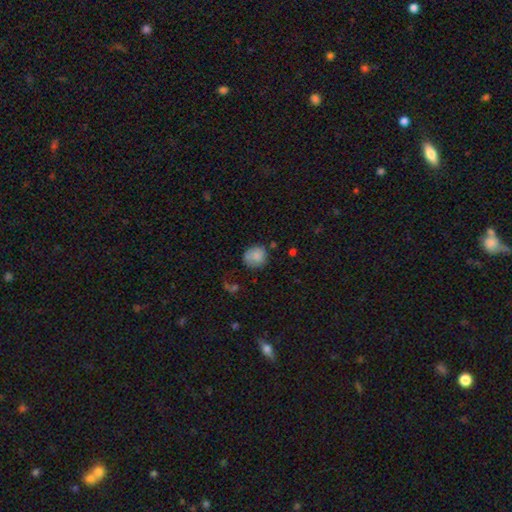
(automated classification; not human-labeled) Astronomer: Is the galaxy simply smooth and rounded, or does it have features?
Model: smooth — 83%.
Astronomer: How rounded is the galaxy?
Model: round — 84%.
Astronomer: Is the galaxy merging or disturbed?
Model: none — 70%.